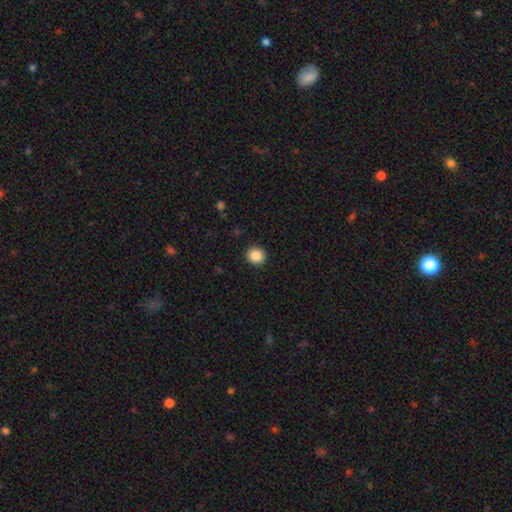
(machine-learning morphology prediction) smooth-or-featured: smooth: 87% | star or artifact: 10% | featured or disk: 4%
  how-rounded: round: 88% | in between: 11% | cigar-shaped: 1%
  merging: none: 92% | minor disturbance: 5% | major disturbance: 2% | merger: 1%